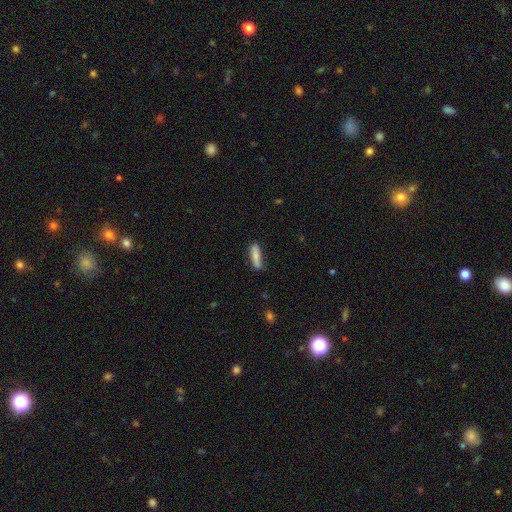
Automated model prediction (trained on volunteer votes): Smooth or featured?
  - smooth: 79% *
  - featured or disk: 15%
  - star or artifact: 6%
How rounded?
  - cigar-shaped: 69% *
  - in between: 29%
  - round: 2%
Merging?
  - none: 76% *
  - minor disturbance: 18%
  - major disturbance: 3%
  - merger: 3%